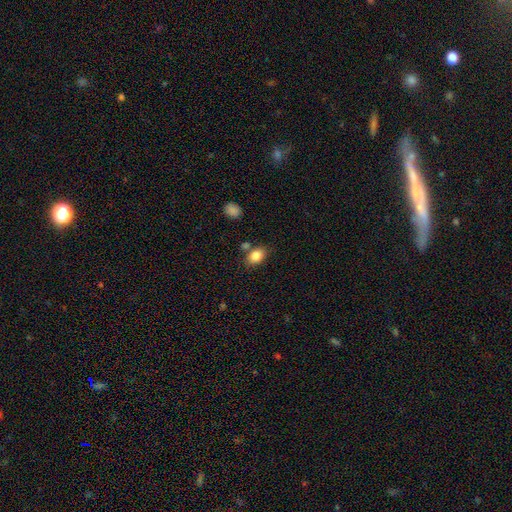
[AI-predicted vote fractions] This appears to be a smooth galaxy with no disk features (84%) that is in between round and cigar-shaped (78%). Merging: none (71%).